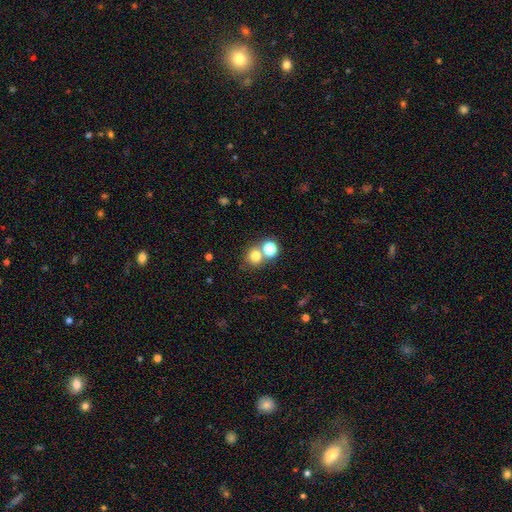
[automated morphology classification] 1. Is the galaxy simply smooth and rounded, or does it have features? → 75% smooth, 16% star or artifact, 9% featured or disk.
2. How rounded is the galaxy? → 85% round, 14% in between, 1% cigar-shaped.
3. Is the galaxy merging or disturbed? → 56% none, 34% merger, 7% minor disturbance, 4% major disturbance.